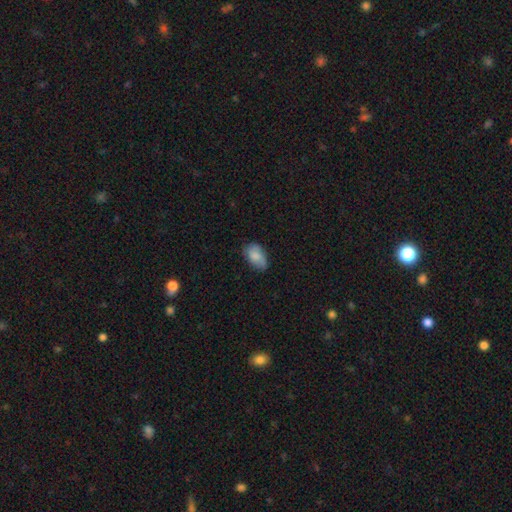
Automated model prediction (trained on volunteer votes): Smooth or featured? Predicted: smooth (p=0.80). How rounded? Predicted: in between (p=0.91). Merging? Predicted: none (p=0.67).